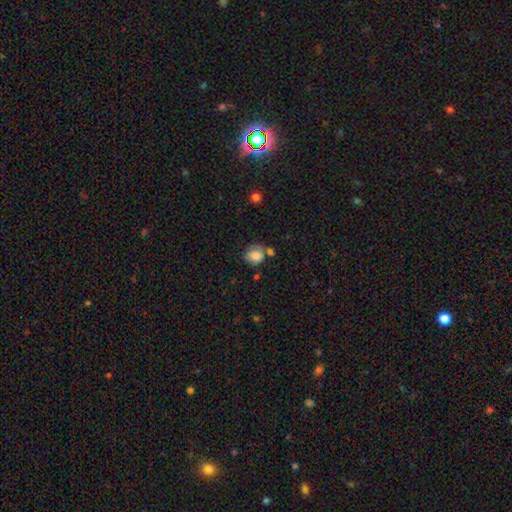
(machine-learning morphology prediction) Q: Smooth or featured?
A: smooth (73%); runner-up: featured or disk (18%)
Q: How rounded?
A: round (62%); runner-up: in between (37%)
Q: Merging?
A: none (44%); runner-up: minor disturbance (28%)